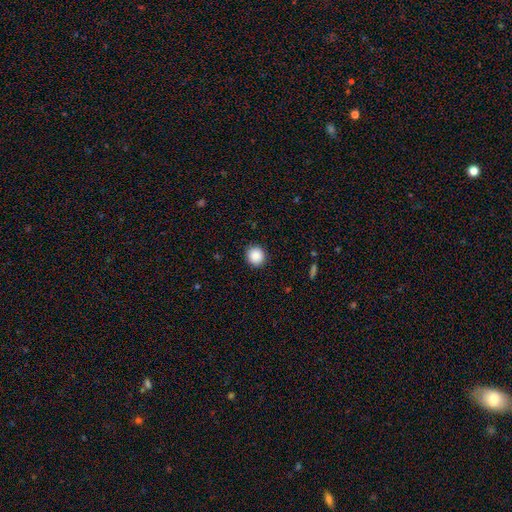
smooth-or-featured: smooth: 92% | featured or disk: 8% | star or artifact: 0%
  how-rounded: round: 97% | in between: 3% | cigar-shaped: 0%
  merging: none: 95% | minor disturbance: 5% | major disturbance: 0% | merger: 0%